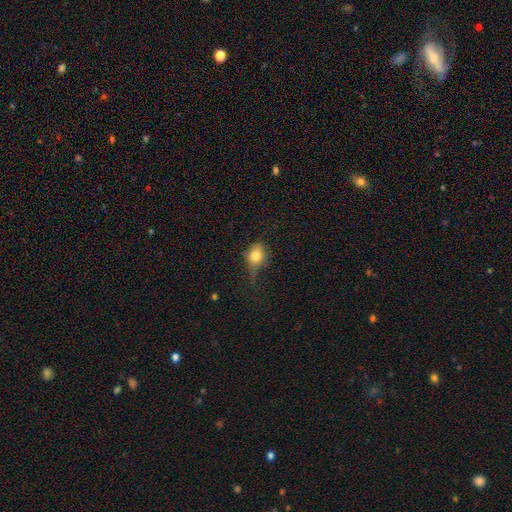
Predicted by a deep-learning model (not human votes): Overall: smooth (76%). How rounded: round (58%; in between 40%). Merging: none (47%; minor disturbance 34%).